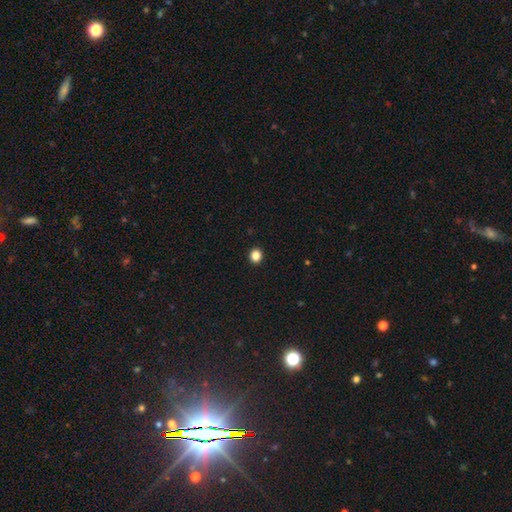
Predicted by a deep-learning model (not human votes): A smooth galaxy with no disk features (86%) that is round (79%). Merging: none (93%).